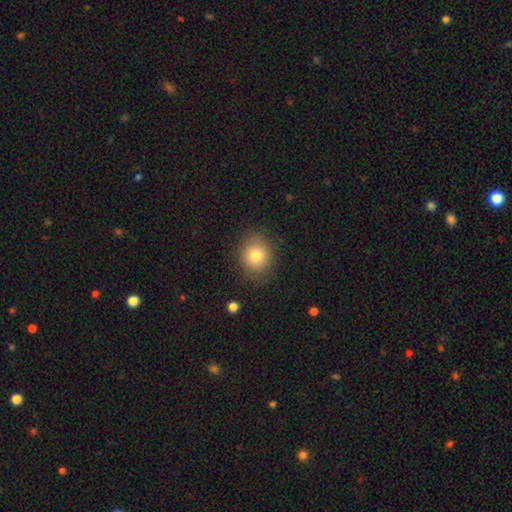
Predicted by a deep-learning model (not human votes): A smooth galaxy with no disk features (79%) that is round (72%). Merging: none (84%).